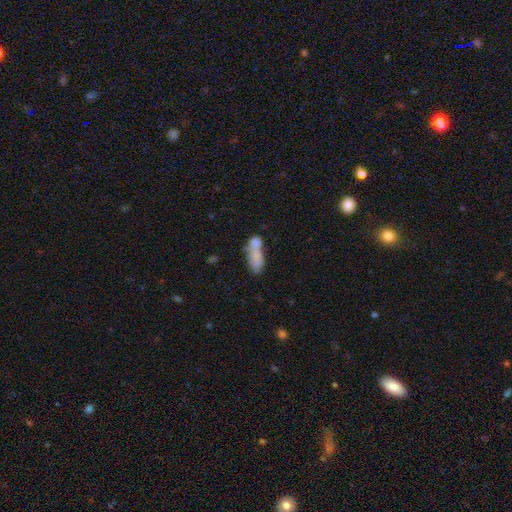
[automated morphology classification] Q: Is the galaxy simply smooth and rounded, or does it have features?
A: smooth — 74%.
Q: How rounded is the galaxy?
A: in between — 67%.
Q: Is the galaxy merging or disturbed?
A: merger — 48%.